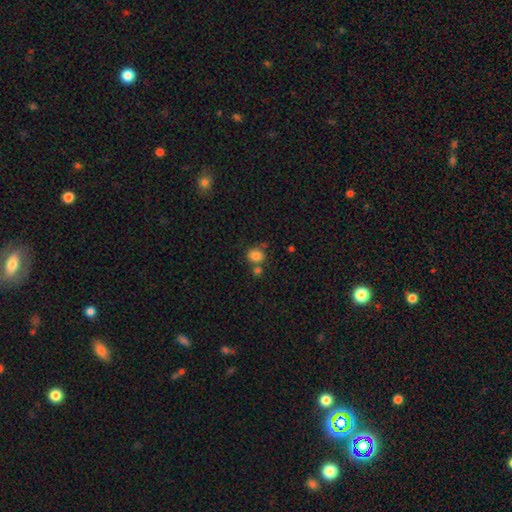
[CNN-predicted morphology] Overall: smooth (83%). How rounded: round (69%; in between 30%). Merging: none (60%; merger 22%).